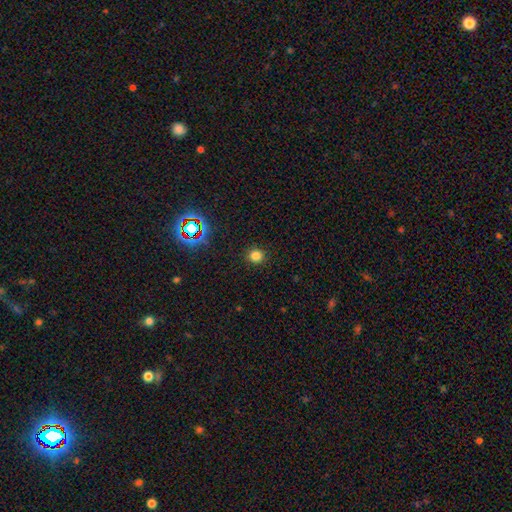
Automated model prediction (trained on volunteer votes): Smooth or featured? Predicted: smooth (p=0.78). How rounded? Predicted: round (p=0.90). Merging? Predicted: none (p=0.91).